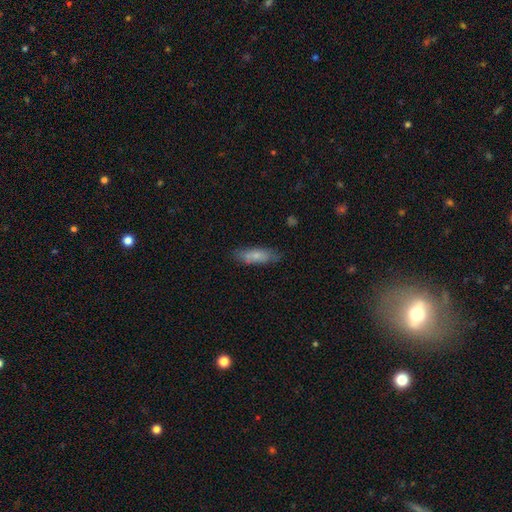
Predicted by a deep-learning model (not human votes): smooth_or_featured: smooth (p=0.72) [alt: featured or disk p=0.22]
how_rounded: in between (p=0.55) [alt: cigar-shaped p=0.42]
merging: none (p=0.74) [alt: minor disturbance p=0.19]